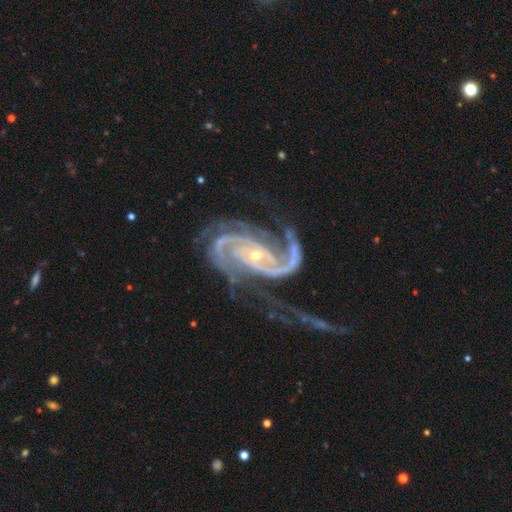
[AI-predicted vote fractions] Smooth or featured? Predicted: featured or disk (p=0.93). Edge-on disk? Predicted: no (p=0.98). Bar? Predicted: no (p=0.48). Spiral arms? Predicted: yes (p=0.99). Spiral winding? Predicted: medium (p=0.49). Spiral arm count? Predicted: 2 (p=0.41). Bulge size? Predicted: small (p=0.76). Merging? Predicted: none (p=0.42).